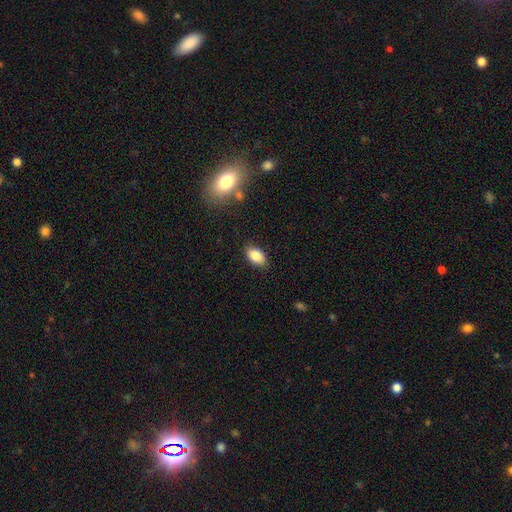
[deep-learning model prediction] The model was most divided on "merging": none: 85%, minor disturbance: 11%, major disturbance: 2%, merger: 1%. More confident: how rounded — in between (91%); smooth or featured — smooth (85%).